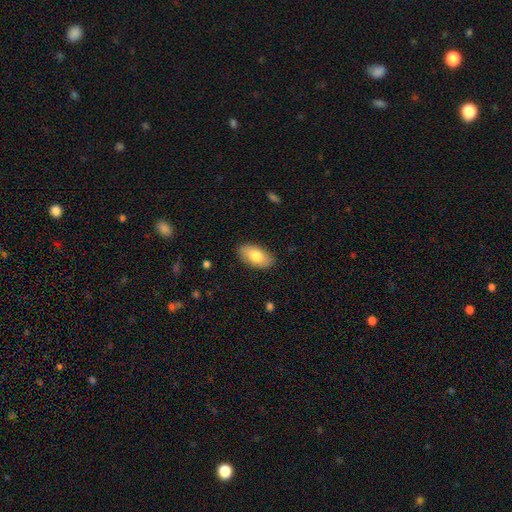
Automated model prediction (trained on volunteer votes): This is likely a smooth galaxy (77%). How rounded: clearly in between (94%). Merging: clearly none (86%).